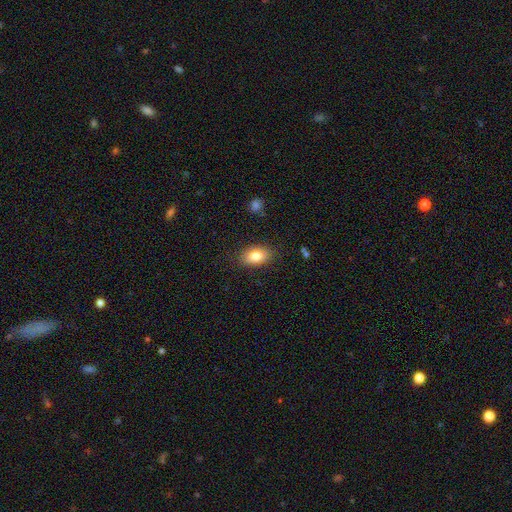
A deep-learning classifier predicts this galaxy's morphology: smooth_or_featured: smooth (p=0.83) [alt: featured or disk p=0.09]
how_rounded: in between (p=0.88) [alt: round p=0.10]
merging: none (p=0.85) [alt: minor disturbance p=0.11]